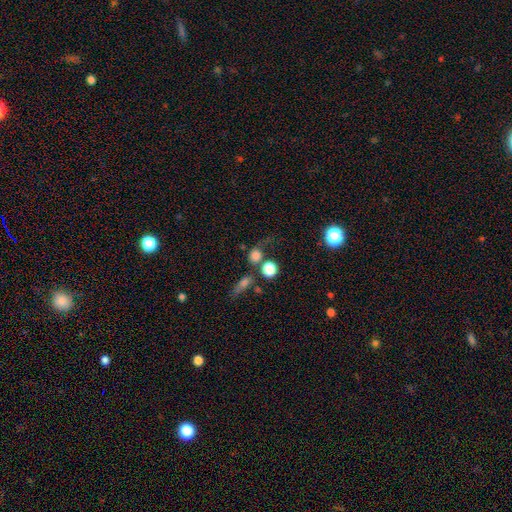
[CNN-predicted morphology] A smooth galaxy with no disk features (76%) that is round (81%).

Vote fractions:
- Smooth or featured? smooth: 76% / star or artifact: 13% / featured or disk: 11%
- How rounded? round: 81% / in between: 17% / cigar-shaped: 2%
- Merging? none: 45% / merger: 26% / minor disturbance: 15% / major disturbance: 14%